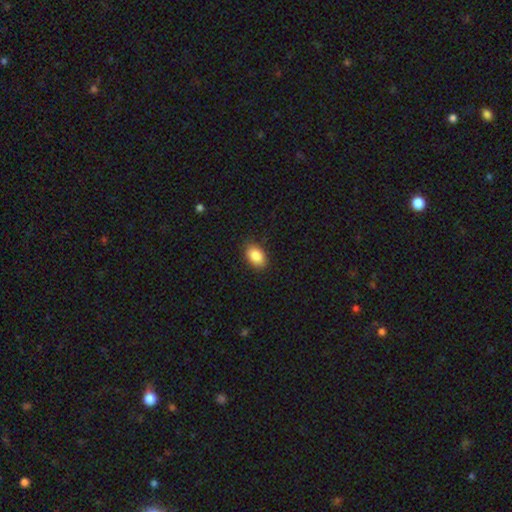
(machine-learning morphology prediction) smooth 87%, star or artifact 7%, featured or disk 5%. Down the decision tree: how rounded — in between (88%); merging — none (87%).